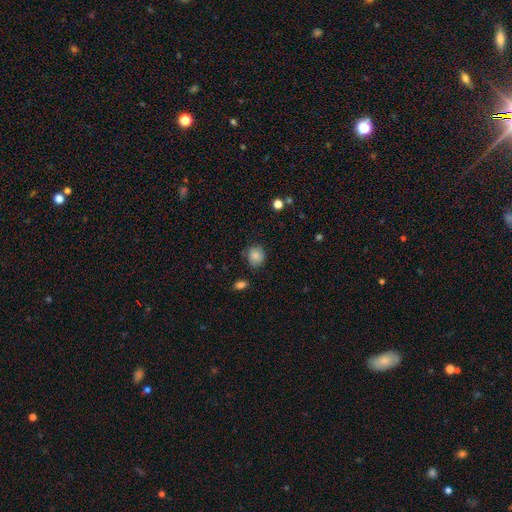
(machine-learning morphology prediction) Overall: smooth (85%). How rounded: round (74%). Merging: none (76%).